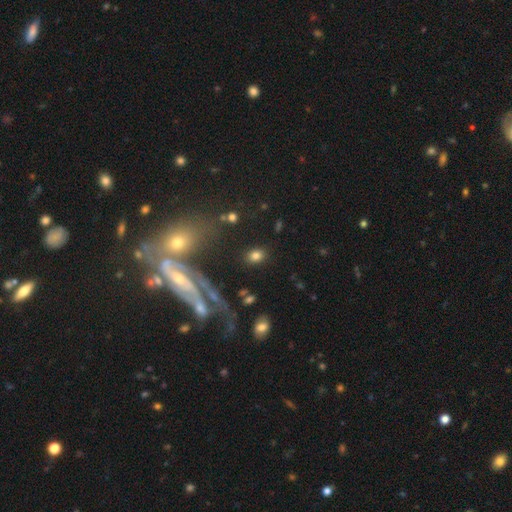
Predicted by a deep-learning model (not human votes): Smooth or featured? Predicted: smooth (p=0.79). How rounded? Predicted: in between (p=0.69). Merging? Predicted: none (p=0.83).